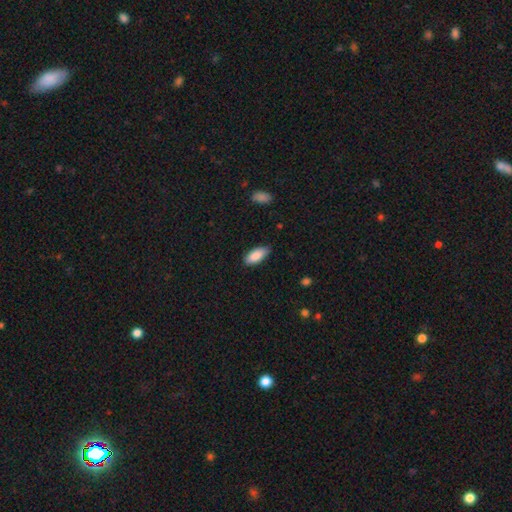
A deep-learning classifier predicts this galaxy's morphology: Smooth or featured: smooth — 88% (star or artifact — 6%)
How rounded: in between — 86% (cigar-shaped — 12%)
Merging: none — 82% (minor disturbance — 15%)